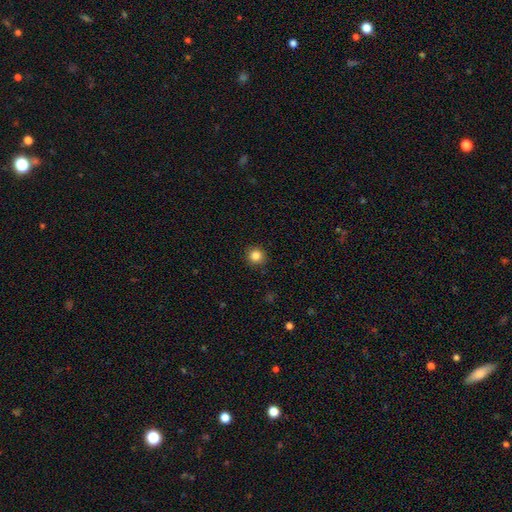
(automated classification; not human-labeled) smooth-or-featured: smooth: 84% | star or artifact: 11% | featured or disk: 5%
  how-rounded: round: 94% | in between: 5% | cigar-shaped: 1%
  merging: none: 92% | minor disturbance: 5% | major disturbance: 2% | merger: 1%